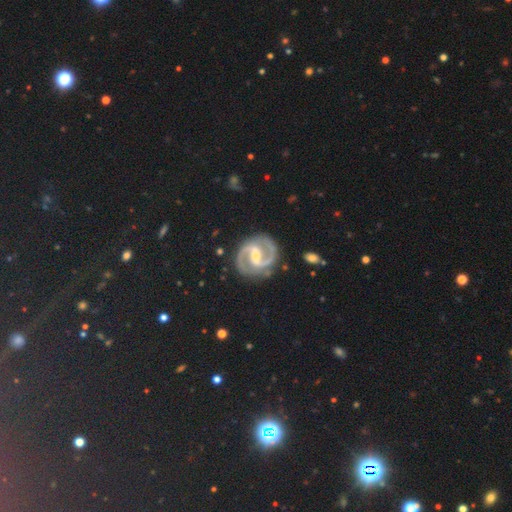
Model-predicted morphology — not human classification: Q: Smooth or featured?
A: featured or disk (93%); runner-up: star or artifact (4%)
Q: Edge-on disk?
A: no (98%); runner-up: yes (2%)
Q: Bar?
A: strong (47%); runner-up: weak (39%)
Q: Spiral arms?
A: yes (98%); runner-up: no (2%)
Q: Spiral winding?
A: medium (63%); runner-up: tight (27%)
Q: Spiral arm count?
A: 2 (94%); runner-up: can't tell (1%)
Q: Bulge size?
A: small (55%); runner-up: moderate (39%)
Q: Merging?
A: none (85%); runner-up: minor disturbance (10%)